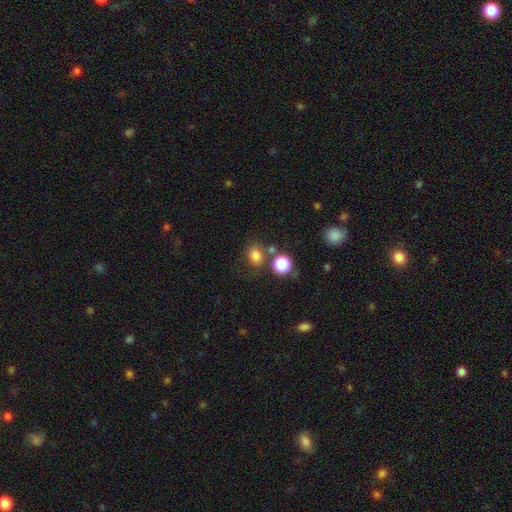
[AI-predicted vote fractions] Morphology: type=smooth (79%); roundness=round (65%); merging=none (65%).